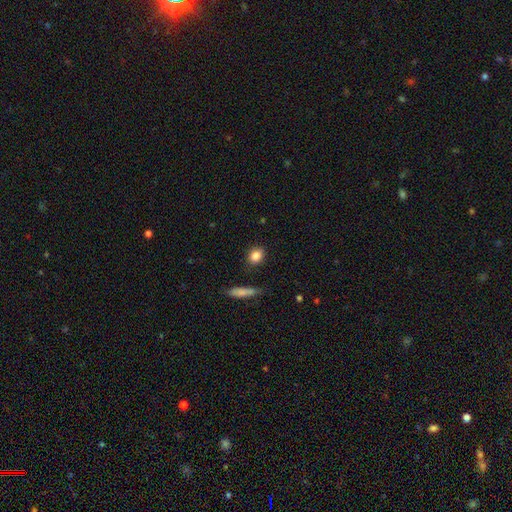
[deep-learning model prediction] Smooth or featured?
  - smooth: 85% *
  - star or artifact: 9%
  - featured or disk: 6%
How rounded?
  - round: 52% *
  - in between: 44%
  - cigar-shaped: 4%
Merging?
  - none: 86% *
  - minor disturbance: 10%
  - major disturbance: 3%
  - merger: 2%